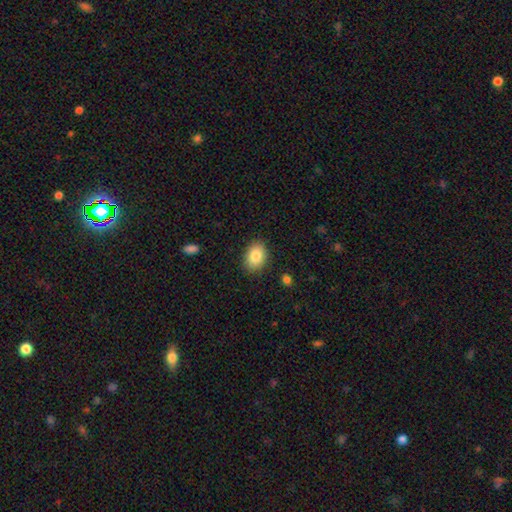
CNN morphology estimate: Smooth or featured? smooth (85%)
How rounded? in between (79%)
Merging? none (86%)